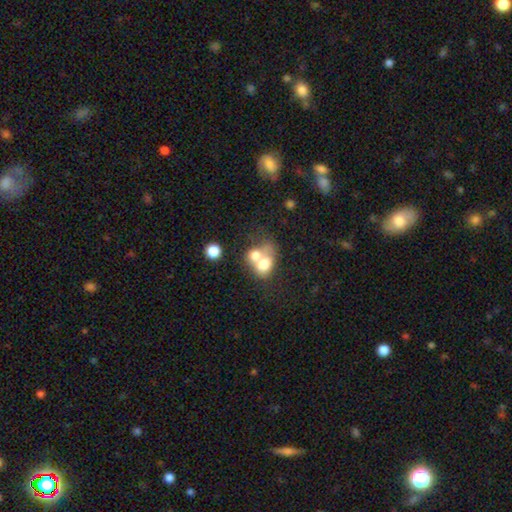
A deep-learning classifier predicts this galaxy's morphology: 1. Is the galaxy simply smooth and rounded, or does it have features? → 68% smooth, 22% featured or disk, 10% star or artifact.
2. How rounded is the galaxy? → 55% in between, 44% round, 1% cigar-shaped.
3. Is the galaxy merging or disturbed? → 69% merger, 18% none, 7% minor disturbance, 7% major disturbance.